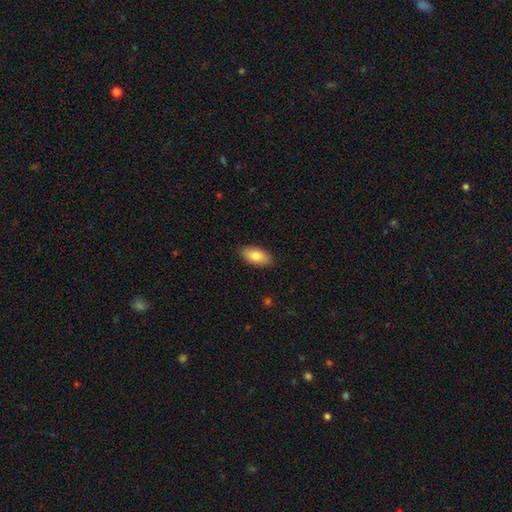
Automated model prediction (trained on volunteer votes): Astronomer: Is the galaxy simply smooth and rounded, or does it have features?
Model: smooth — 82%.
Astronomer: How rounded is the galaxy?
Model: in between — 91%.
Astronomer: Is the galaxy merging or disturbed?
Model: none — 88%.